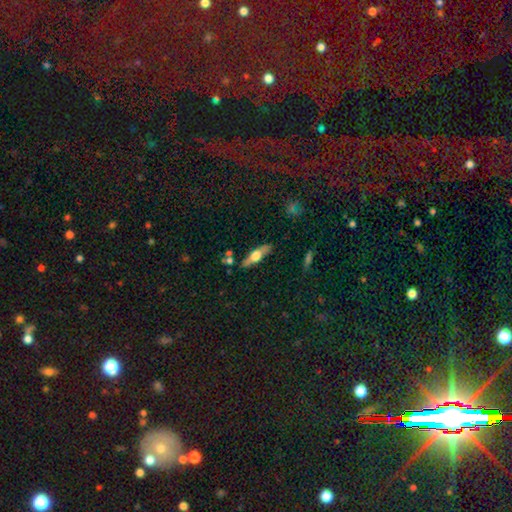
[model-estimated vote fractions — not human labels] A featured or disk galaxy (59%) viewed edge-on (92%) with a rounded central bulge (92%). Merging: none (81%).